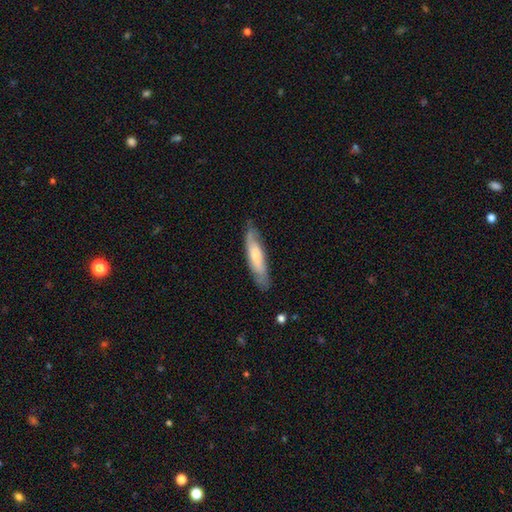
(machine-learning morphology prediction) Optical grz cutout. It shows a smooth galaxy with no disk features (58%) that is cigar-shaped (76%). Merging: none (78%).